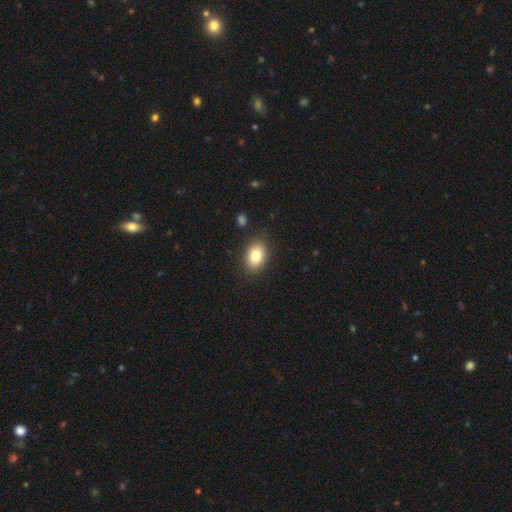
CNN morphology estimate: Smooth or featured? Predicted: smooth (p=0.83). How rounded? Predicted: in between (p=0.80). Merging? Predicted: none (p=0.87).